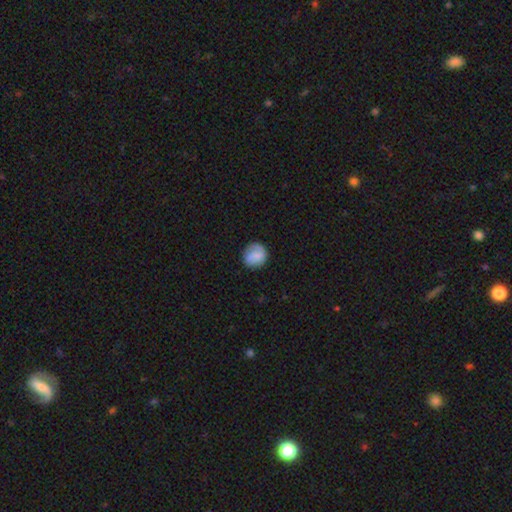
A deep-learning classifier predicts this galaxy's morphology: Overall: smooth (63%; featured or disk 30%). How rounded: round (86%). Merging: none (76%).